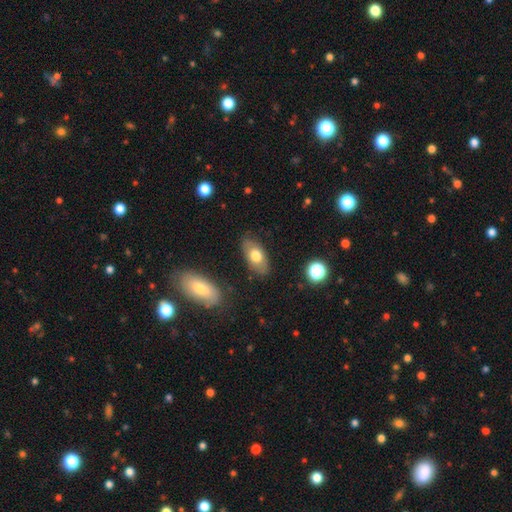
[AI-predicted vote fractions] This is likely a smooth galaxy (67%). How rounded: clearly in between (91%). Merging: clearly none (82%).